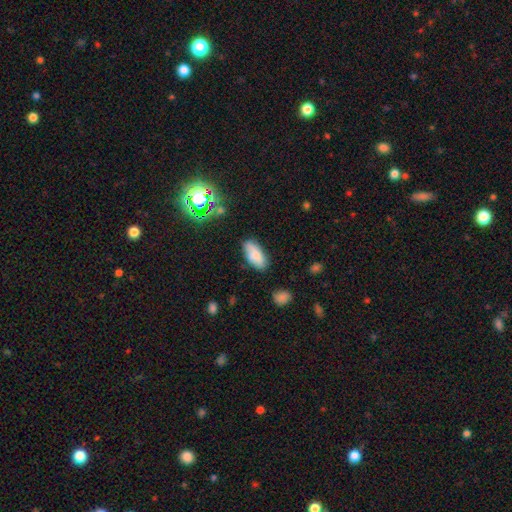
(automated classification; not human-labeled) Smooth or featured?
  - smooth: 76% *
  - featured or disk: 14%
  - star or artifact: 10%
How rounded?
  - in between: 89% *
  - cigar-shaped: 9%
  - round: 3%
Merging?
  - none: 74% *
  - minor disturbance: 19%
  - major disturbance: 4%
  - merger: 3%